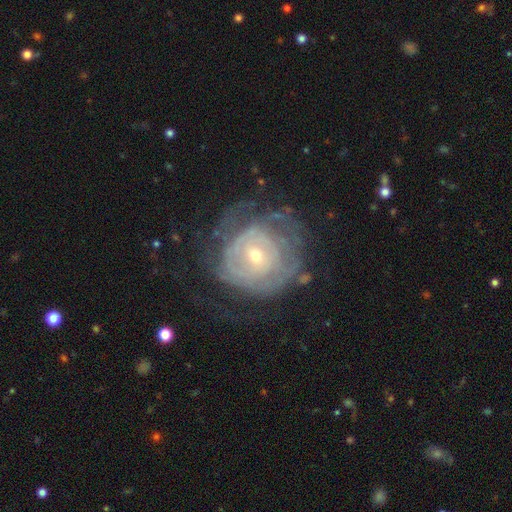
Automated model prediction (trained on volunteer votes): Q: Smooth or featured?
A: featured or disk (75%); runner-up: smooth (17%)
Q: Edge-on disk?
A: no (97%); runner-up: yes (3%)
Q: Bar?
A: no (74%); runner-up: weak (21%)
Q: Spiral arms?
A: yes (74%); runner-up: no (26%)
Q: Spiral winding?
A: tight (74%); runner-up: medium (18%)
Q: Spiral arm count?
A: can't tell (60%); runner-up: 2 (14%)
Q: Bulge size?
A: small (62%); runner-up: moderate (34%)
Q: Merging?
A: none (56%); runner-up: minor disturbance (22%)